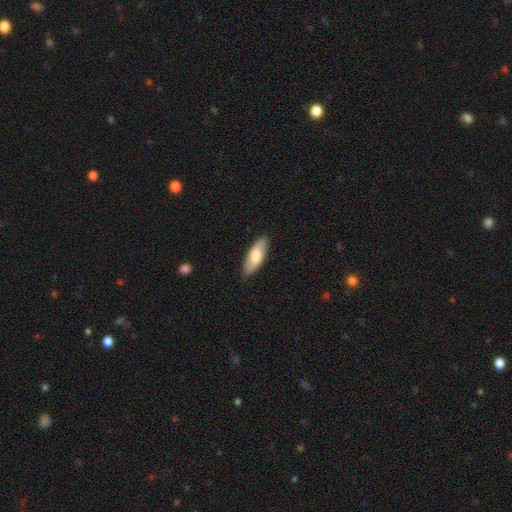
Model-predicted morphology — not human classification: Q: Smooth or featured?
A: smooth (72%); runner-up: featured or disk (22%)
Q: How rounded?
A: in between (63%); runner-up: cigar-shaped (35%)
Q: Merging?
A: none (86%); runner-up: minor disturbance (11%)